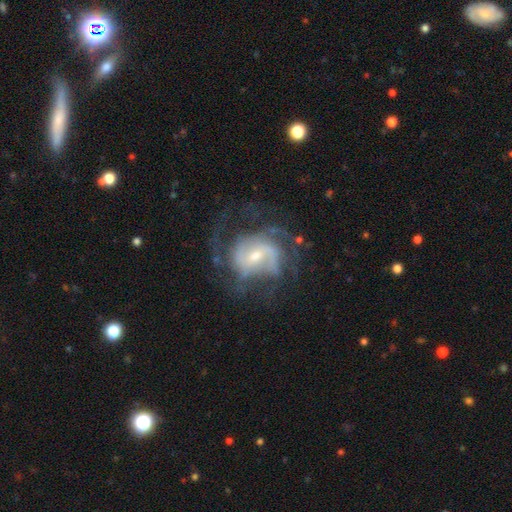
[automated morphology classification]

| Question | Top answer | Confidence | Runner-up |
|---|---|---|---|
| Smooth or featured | featured or disk | 83% | smooth (10%) |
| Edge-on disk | no | 97% | yes (3%) |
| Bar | weak | 51% | no (30%) |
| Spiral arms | yes | 91% | no (9%) |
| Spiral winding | medium | 45% | tight (33%) |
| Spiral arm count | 2 | 36% | can't tell (30%) |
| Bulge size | small | 53% | moderate (40%) |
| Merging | none | 57% | major disturbance (23%) |